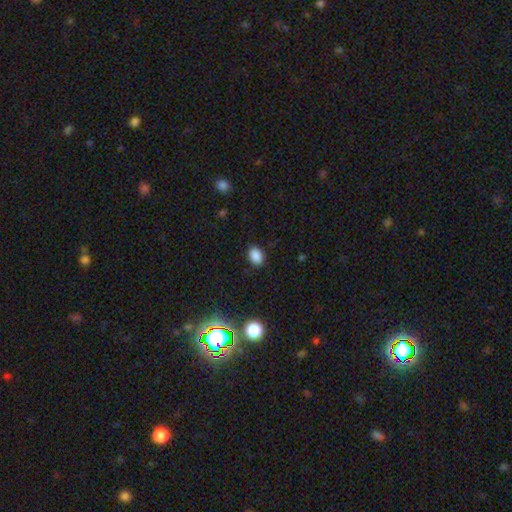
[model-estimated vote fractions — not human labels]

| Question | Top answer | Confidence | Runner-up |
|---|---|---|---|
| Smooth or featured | smooth | 86% | star or artifact (11%) |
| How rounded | in between | 74% | round (25%) |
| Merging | none | 87% | minor disturbance (9%) |